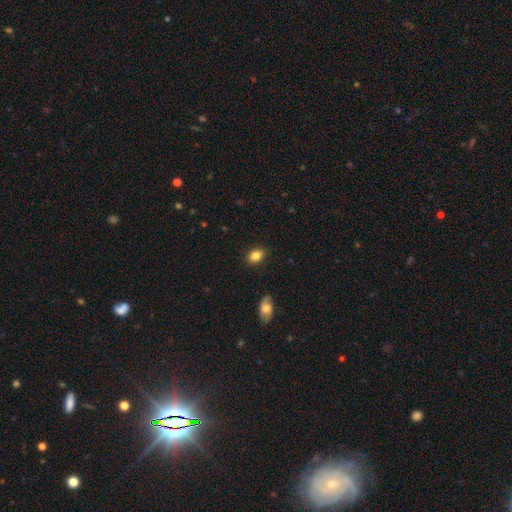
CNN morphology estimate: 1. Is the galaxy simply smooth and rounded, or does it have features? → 85% smooth, 8% star or artifact, 6% featured or disk.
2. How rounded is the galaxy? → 81% in between, 17% round, 2% cigar-shaped.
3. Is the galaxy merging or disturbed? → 88% none, 9% minor disturbance, 2% major disturbance, 1% merger.